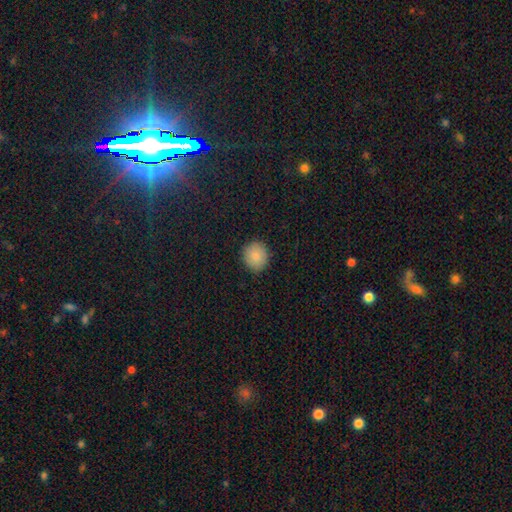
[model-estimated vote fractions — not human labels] smooth-or-featured: smooth: 86% | star or artifact: 9% | featured or disk: 5%
  how-rounded: round: 87% | in between: 12% | cigar-shaped: 1%
  merging: none: 89% | minor disturbance: 8% | major disturbance: 2% | merger: 1%